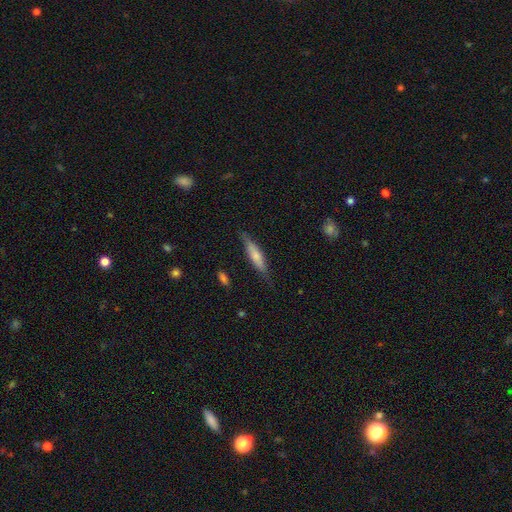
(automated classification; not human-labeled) Q: Smooth or featured?
A: smooth (58%); runner-up: featured or disk (35%)
Q: How rounded?
A: cigar-shaped (80%); runner-up: in between (18%)
Q: Merging?
A: none (79%); runner-up: minor disturbance (16%)